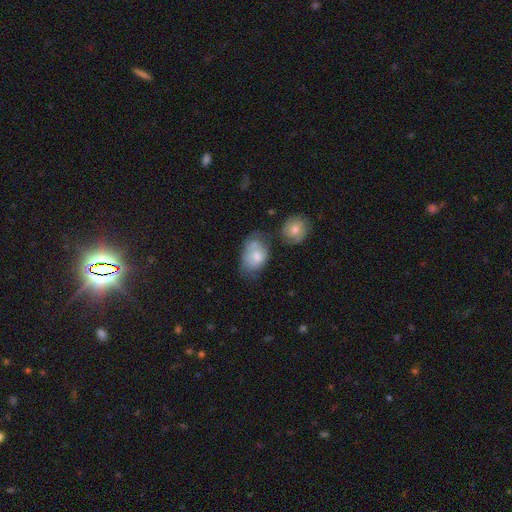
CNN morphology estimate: Smooth or featured?
  - smooth: 67% *
  - featured or disk: 26%
  - star or artifact: 7%
How rounded?
  - in between: 79% *
  - round: 20%
  - cigar-shaped: 1%
Merging?
  - none: 30% *
  - merger: 28%
  - minor disturbance: 26%
  - major disturbance: 16%